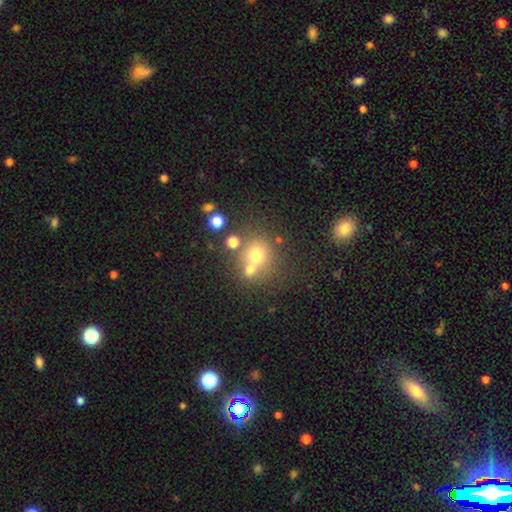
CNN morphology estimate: The model was most divided on "merging": none: 48%, merger: 38%, minor disturbance: 9%, major disturbance: 5%. More confident: how rounded — round (80%); smooth or featured — smooth (65%).